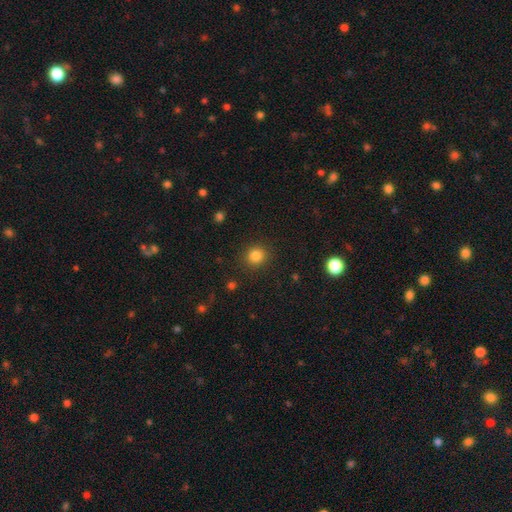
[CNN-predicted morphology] smooth_or_featured: smooth (p=0.83) [alt: star or artifact p=0.12]
how_rounded: round (p=0.87) [alt: in between p=0.12]
merging: none (p=0.90) [alt: minor disturbance p=0.06]